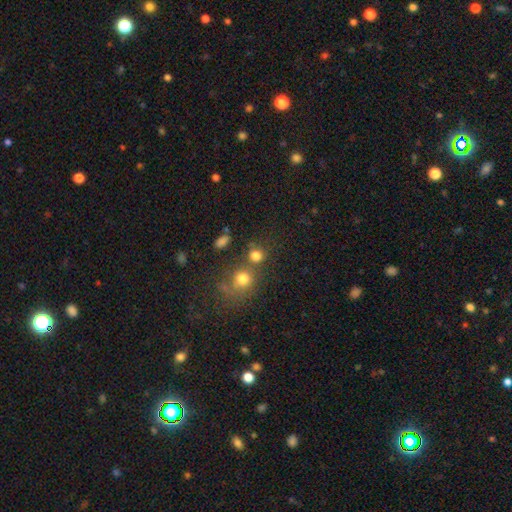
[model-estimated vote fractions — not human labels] smooth 78%, star or artifact 15%, featured or disk 7%. Down the decision tree: how rounded — round (82%); merging — none (57%).